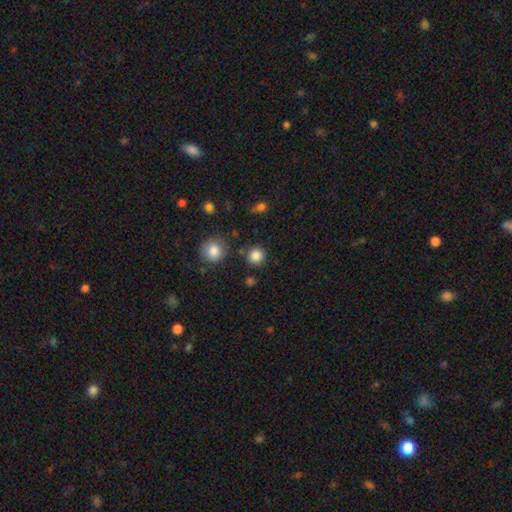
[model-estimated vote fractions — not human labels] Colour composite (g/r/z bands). It shows a smooth galaxy with no disk features (84%) that is round (94%). Merging: none (85%).